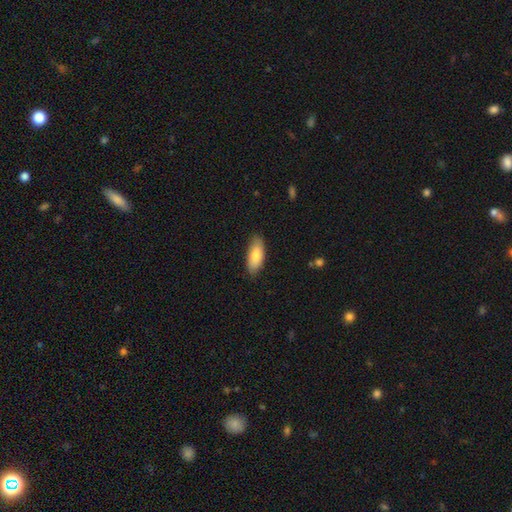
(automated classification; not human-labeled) Morphology: type=smooth (83%); roundness=in between (83%); merging=none (83%).